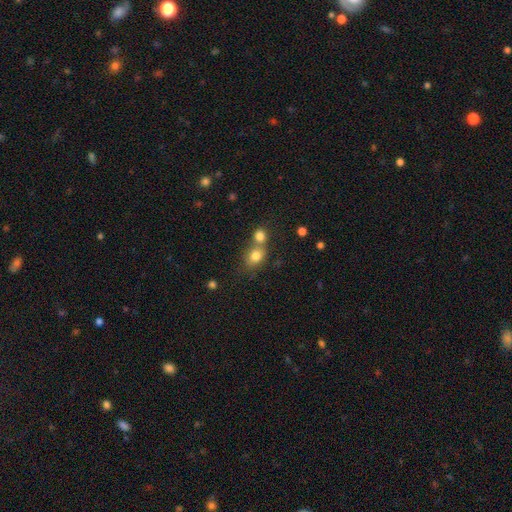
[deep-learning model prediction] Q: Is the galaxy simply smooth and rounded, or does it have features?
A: smooth — 79%.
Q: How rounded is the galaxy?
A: round — 53%.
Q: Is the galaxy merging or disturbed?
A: merger — 47%.